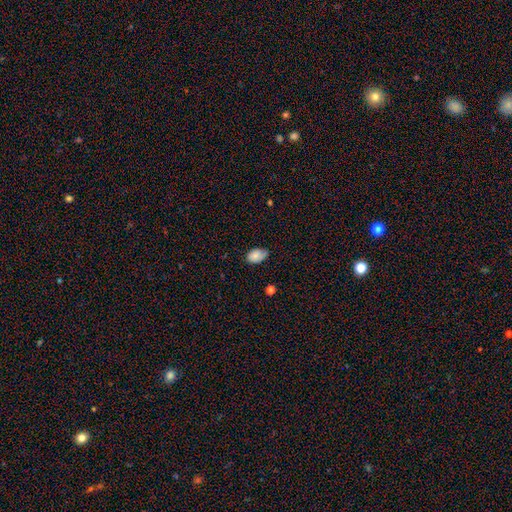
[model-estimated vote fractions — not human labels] A smooth galaxy with no disk features (80%) that is in between round and cigar-shaped (88%). Merging: none (60%).